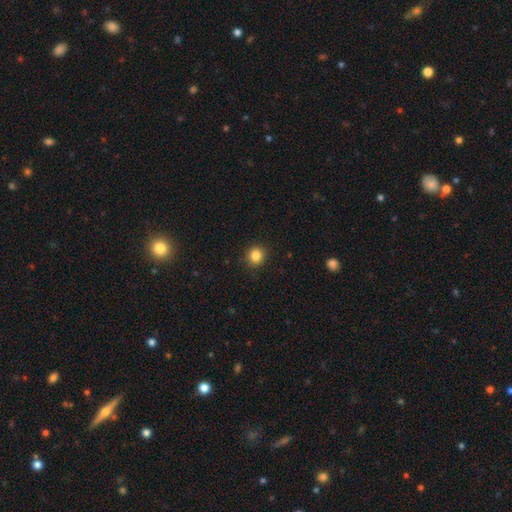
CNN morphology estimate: type=smooth (85%); roundness=round (90%); merging=none (91%).